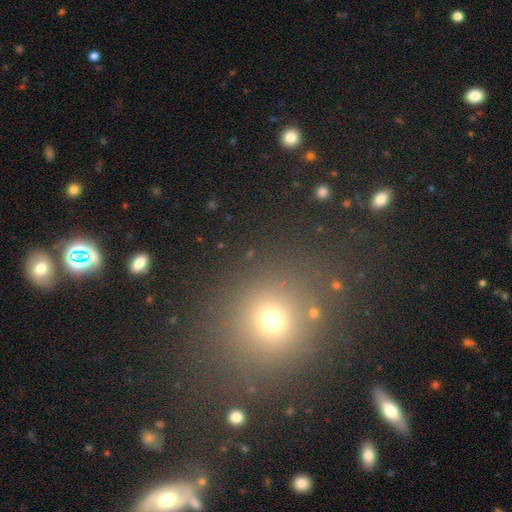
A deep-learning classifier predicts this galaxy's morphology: Overall: smooth (59%; star or artifact 32%). How rounded: round (79%). Merging: none (83%).